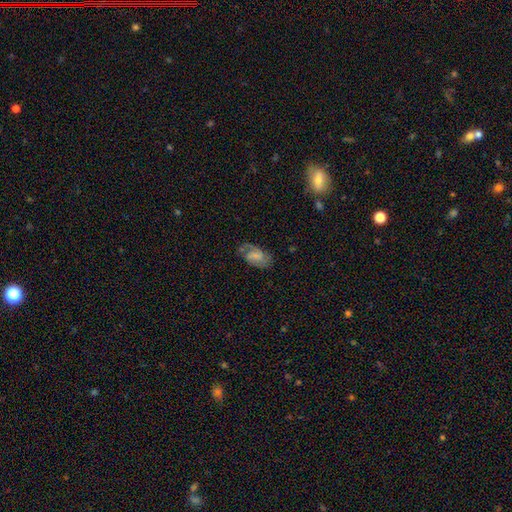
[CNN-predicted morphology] Overall: featured or disk (63%; smooth 29%). Edge-on disk: no (97%). Bar: weak (47%; no 40%). Spiral arms: yes (91%). Spiral arm count: 2 (77%). Spiral winding: medium (49%; tight 28%). Bulge size: none (39%; small 34%). Merging: none (65%).